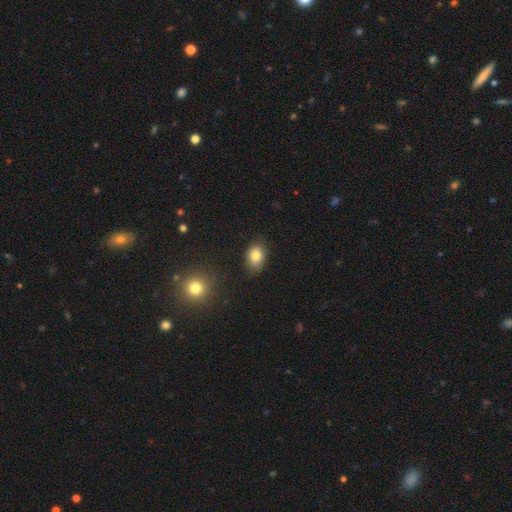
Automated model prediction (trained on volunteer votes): This appears to be a smooth galaxy with no disk features (81%) that is in between round and cigar-shaped (77%). Merging: none (82%).